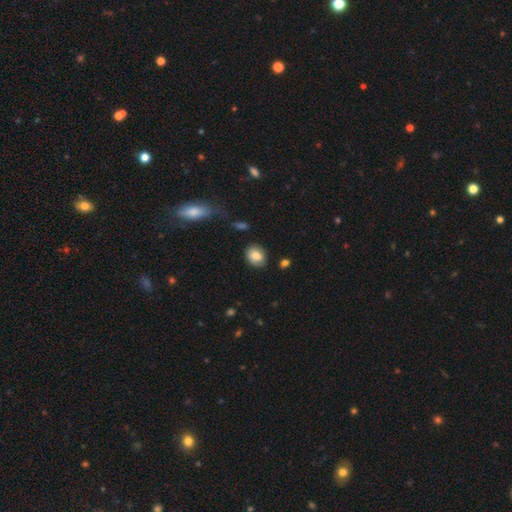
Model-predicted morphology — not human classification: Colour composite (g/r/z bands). It shows a smooth galaxy with no disk features (80%) that is in between round and cigar-shaped (60%). Merging: none (81%).